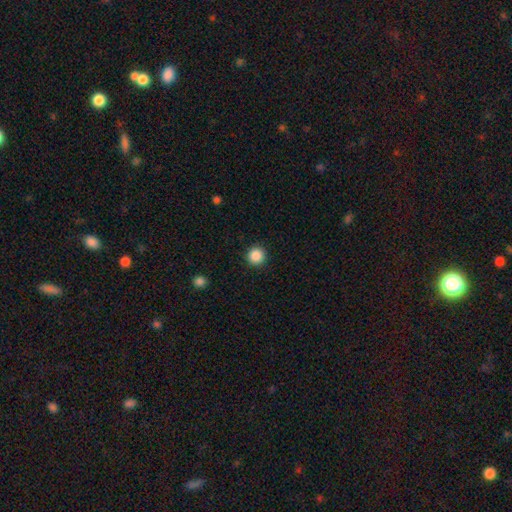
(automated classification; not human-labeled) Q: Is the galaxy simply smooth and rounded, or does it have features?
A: smooth — 87%.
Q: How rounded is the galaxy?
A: round — 95%.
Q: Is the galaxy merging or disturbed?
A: none — 92%.